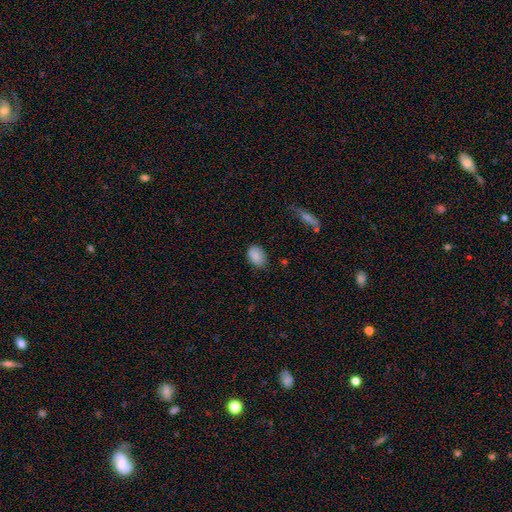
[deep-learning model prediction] Smooth or featured?
  - smooth: 87% *
  - star or artifact: 8%
  - featured or disk: 5%
How rounded?
  - in between: 80% *
  - round: 18%
  - cigar-shaped: 1%
Merging?
  - none: 75% *
  - minor disturbance: 20%
  - major disturbance: 4%
  - merger: 1%